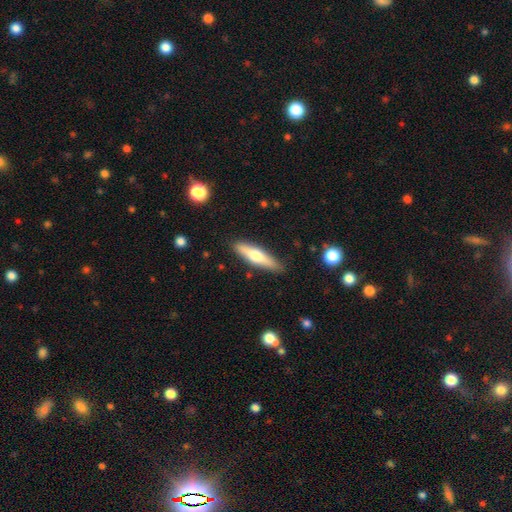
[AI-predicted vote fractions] Q: Smooth or featured?
A: smooth (54%); runner-up: featured or disk (41%)
Q: How rounded?
A: cigar-shaped (73%); runner-up: in between (25%)
Q: Merging?
A: none (86%); runner-up: minor disturbance (11%)